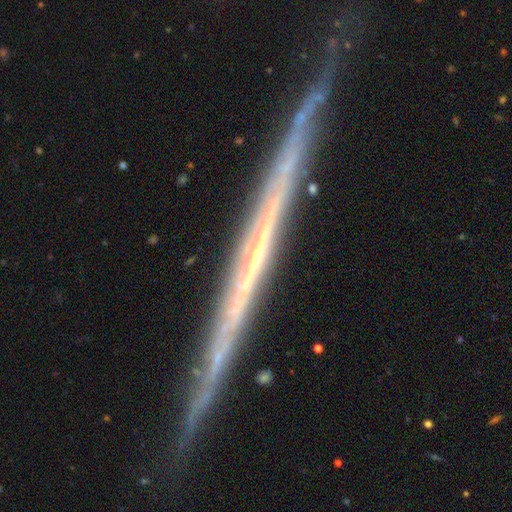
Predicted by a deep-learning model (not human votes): smooth_or_featured: featured or disk (p=0.81) [alt: smooth p=0.11]
disk_edge_on: yes (p=0.97) [alt: no p=0.03]
edge_on_bulge: none (p=0.82) [alt: rounded p=0.14]
merging: none (p=0.83) [alt: minor disturbance p=0.13]